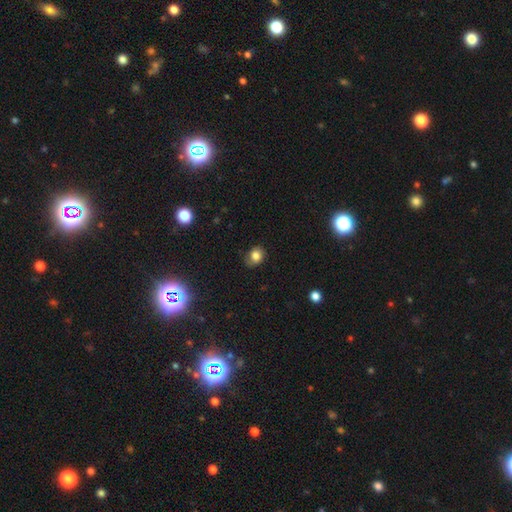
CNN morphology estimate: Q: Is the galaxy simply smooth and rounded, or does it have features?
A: smooth — 78%.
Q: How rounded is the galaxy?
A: round — 60%.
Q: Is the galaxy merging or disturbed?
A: none — 68%.